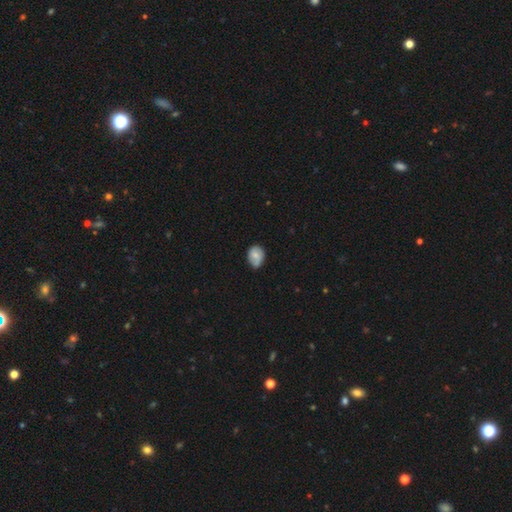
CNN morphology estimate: smooth_or_featured: smooth (p=0.71) [alt: featured or disk p=0.21]
how_rounded: in between (p=0.60) [alt: round p=0.39]
merging: none (p=0.56) [alt: minor disturbance p=0.36]